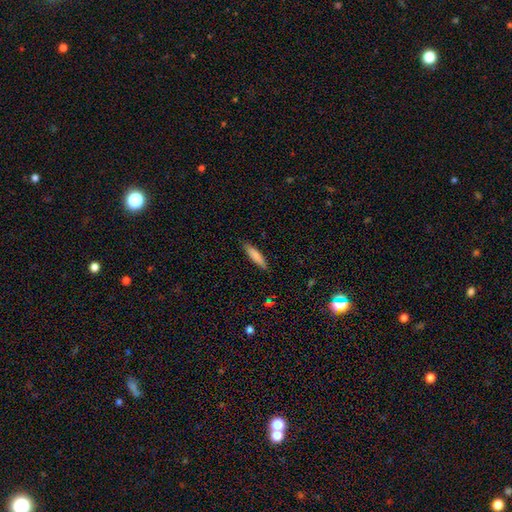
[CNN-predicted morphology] A smooth galaxy with no disk features (80%) that is cigar-shaped (79%).

Vote fractions:
- Smooth or featured? smooth: 80% / featured or disk: 14% / star or artifact: 6%
- How rounded? cigar-shaped: 79% / in between: 20% / round: 1%
- Merging? none: 86% / minor disturbance: 11% / major disturbance: 2% / merger: 1%